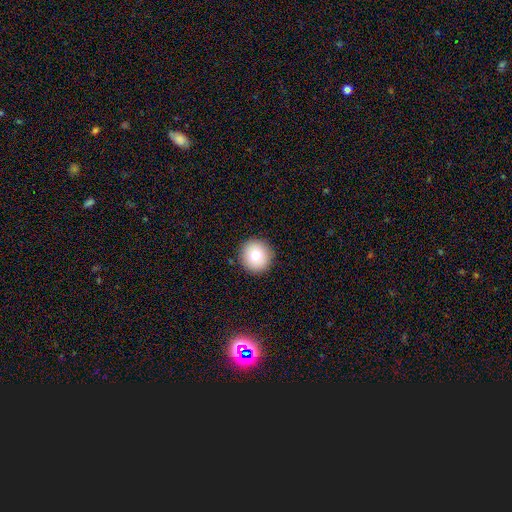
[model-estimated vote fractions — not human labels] smooth-or-featured: smooth: 75% | featured or disk: 14% | star or artifact: 11%
  how-rounded: round: 96% | in between: 3% | cigar-shaped: 1%
  merging: none: 91% | minor disturbance: 6% | major disturbance: 2% | merger: 1%